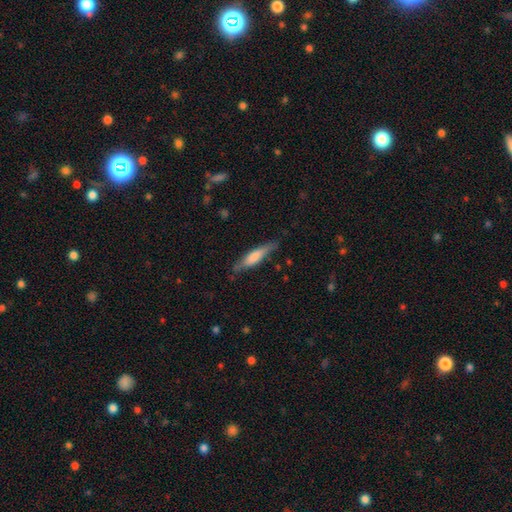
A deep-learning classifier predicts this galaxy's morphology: This appears to be a smooth galaxy with no disk features (62%) that is cigar-shaped (79%). Merging: none (75%).